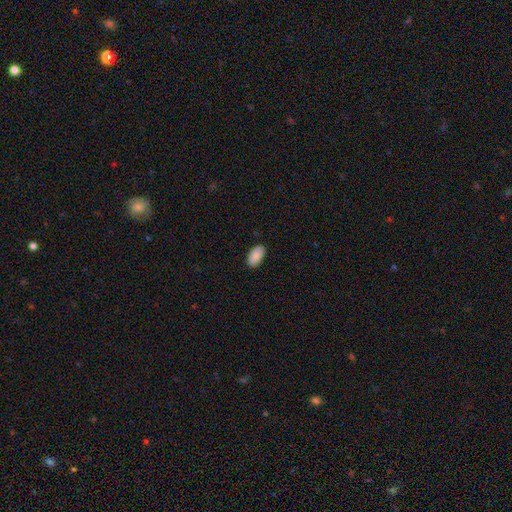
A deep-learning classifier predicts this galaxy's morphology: This is clearly a smooth galaxy (90%). How rounded: clearly in between (95%). Merging: clearly none (88%).